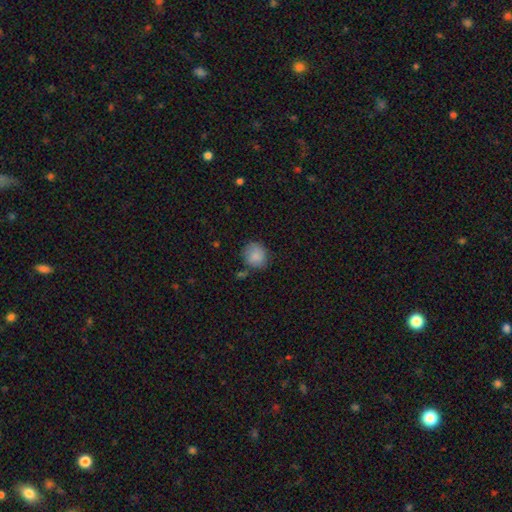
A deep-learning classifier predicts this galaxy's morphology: A smooth galaxy with no disk features (85%) that is round (83%). Merging: none (70%).